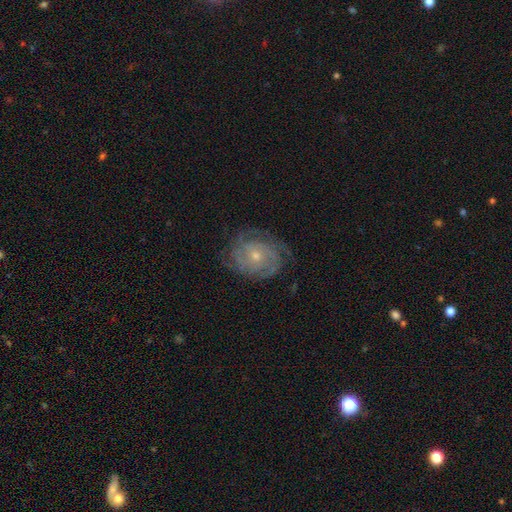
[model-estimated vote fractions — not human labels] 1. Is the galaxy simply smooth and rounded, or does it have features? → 82% featured or disk, 11% smooth, 7% star or artifact.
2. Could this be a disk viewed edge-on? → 97% no, 3% yes.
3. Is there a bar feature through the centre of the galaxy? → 77% no, 19% weak, 3% strong.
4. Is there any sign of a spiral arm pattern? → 94% yes, 6% no.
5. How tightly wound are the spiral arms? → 68% tight, 26% medium, 7% loose.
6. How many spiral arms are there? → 33% can't tell, 22% 3, 18% 2, 15% 4, 7% more than 4, 6% 1.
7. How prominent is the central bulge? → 61% small, 35% moderate, 1% large, 1% none, 1% dominant.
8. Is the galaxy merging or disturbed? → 74% none, 17% minor disturbance, 8% major disturbance, 1% merger.